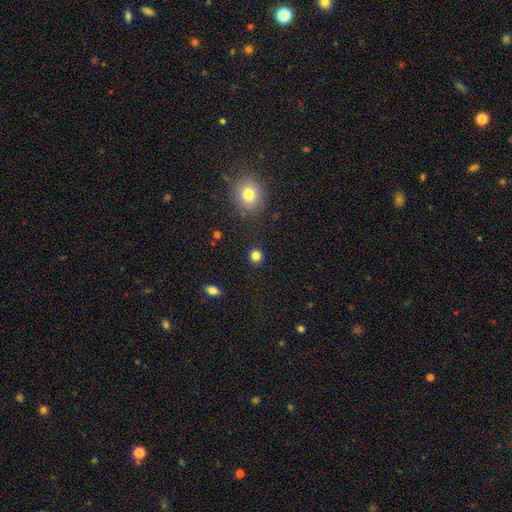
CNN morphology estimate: smooth 83%, star or artifact 12%, featured or disk 5%. Down the decision tree: how rounded — round (87%); merging — none (89%).